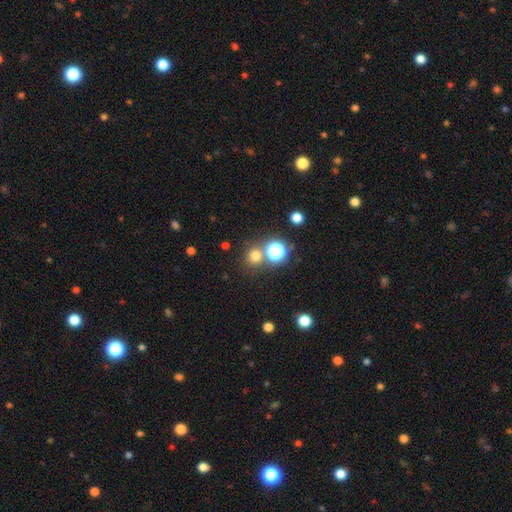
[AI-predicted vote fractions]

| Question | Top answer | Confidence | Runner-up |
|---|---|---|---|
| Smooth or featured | smooth | 70% | star or artifact (23%) |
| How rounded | round | 90% | in between (9%) |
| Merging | none | 75% | merger (15%) |